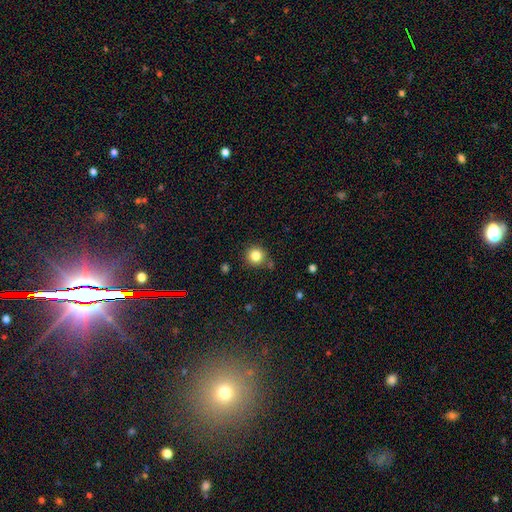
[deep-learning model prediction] Morphology: type=smooth (84%); roundness=round (93%); merging=none (79%).